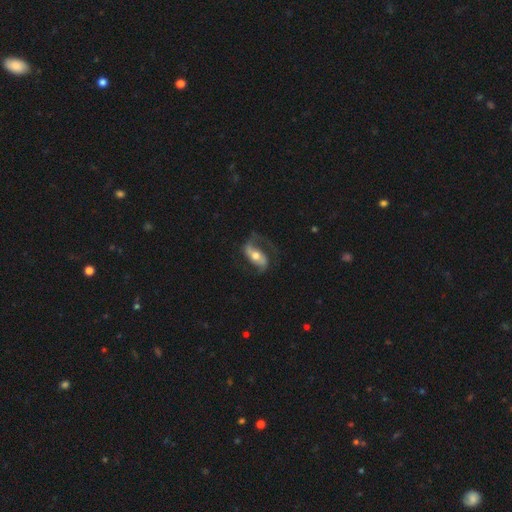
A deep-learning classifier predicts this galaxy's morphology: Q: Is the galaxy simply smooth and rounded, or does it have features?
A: featured or disk — 76%.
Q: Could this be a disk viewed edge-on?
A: no — 92%.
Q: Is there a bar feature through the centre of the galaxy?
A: strong — 40%.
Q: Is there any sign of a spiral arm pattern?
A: yes — 91%.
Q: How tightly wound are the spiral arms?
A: loose — 50%.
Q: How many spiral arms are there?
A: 2 — 85%.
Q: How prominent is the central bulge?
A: moderate — 68%.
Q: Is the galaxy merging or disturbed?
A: none — 60%.